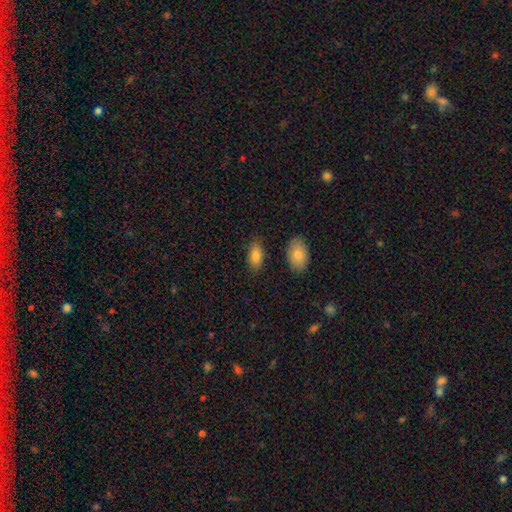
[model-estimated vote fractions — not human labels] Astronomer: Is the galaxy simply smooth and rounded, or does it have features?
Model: smooth — 83%.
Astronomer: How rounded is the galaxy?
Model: in between — 91%.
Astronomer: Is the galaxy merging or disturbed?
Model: none — 82%.